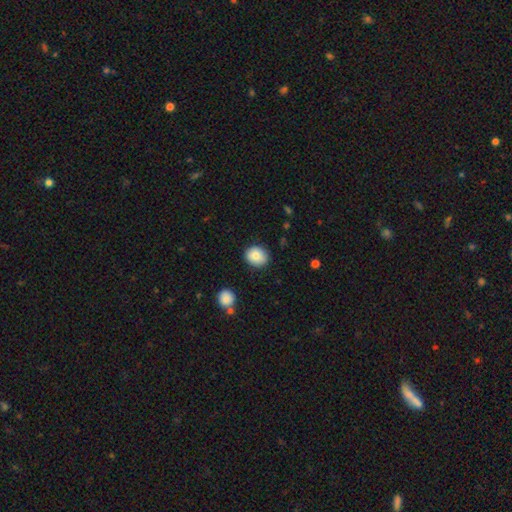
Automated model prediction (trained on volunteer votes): Smooth or featured?
  - smooth: 82% *
  - featured or disk: 9%
  - star or artifact: 8%
How rounded?
  - round: 68% *
  - in between: 31%
  - cigar-shaped: 1%
Merging?
  - none: 86% *
  - minor disturbance: 10%
  - major disturbance: 2%
  - merger: 2%